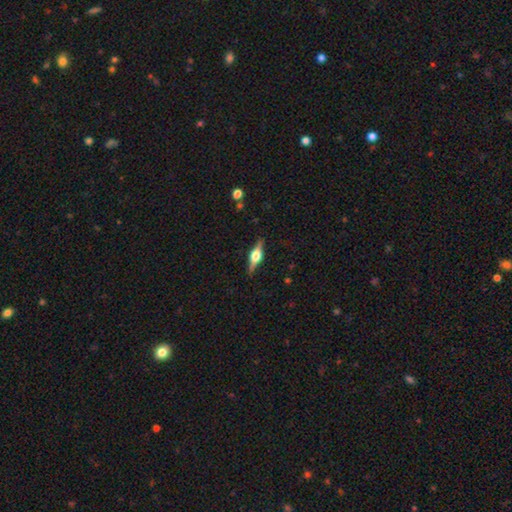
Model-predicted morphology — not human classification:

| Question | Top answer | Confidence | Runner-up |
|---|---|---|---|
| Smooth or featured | featured or disk | 76% | smooth (18%) |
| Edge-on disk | yes | 97% | no (3%) |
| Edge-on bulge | rounded | 93% | boxy (6%) |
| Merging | none | 88% | minor disturbance (9%) |